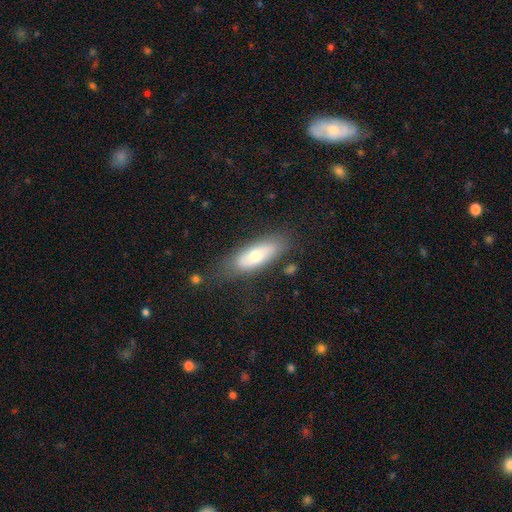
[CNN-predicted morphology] Smooth or featured? smooth (61%)
How rounded? in between (63%)
Merging? none (73%)